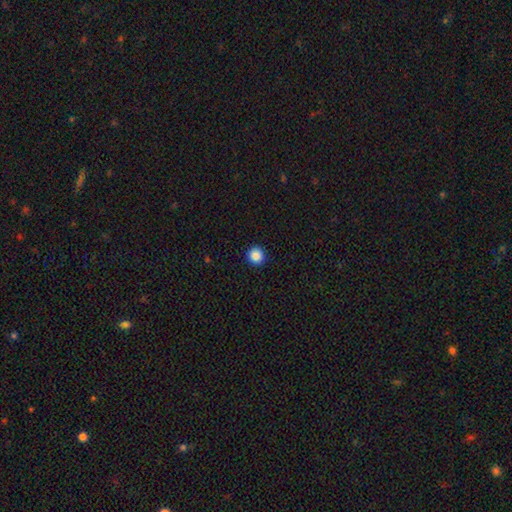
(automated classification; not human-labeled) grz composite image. It shows a smooth galaxy with no disk features (88%) that is round (95%). Merging: none (93%).